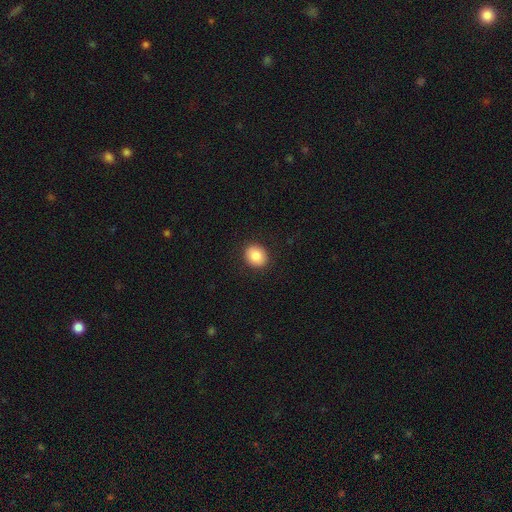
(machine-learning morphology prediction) smooth-or-featured: smooth: 86% | star or artifact: 8% | featured or disk: 6%
  how-rounded: round: 71% | in between: 28% | cigar-shaped: 1%
  merging: none: 91% | minor disturbance: 6% | major disturbance: 2% | merger: 1%